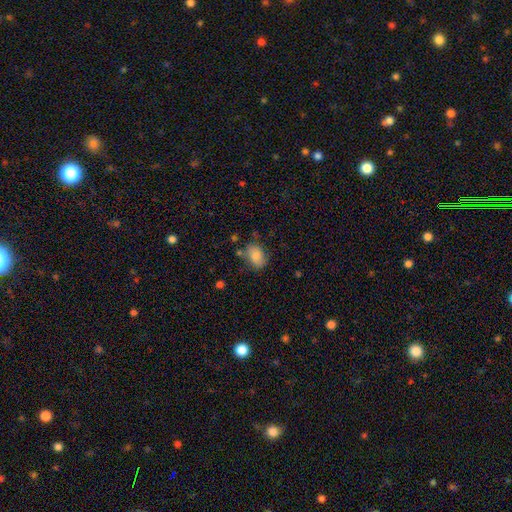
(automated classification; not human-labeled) This is clearly a smooth galaxy (81%). How rounded: likely in between (76%). Merging: likely none (68%).